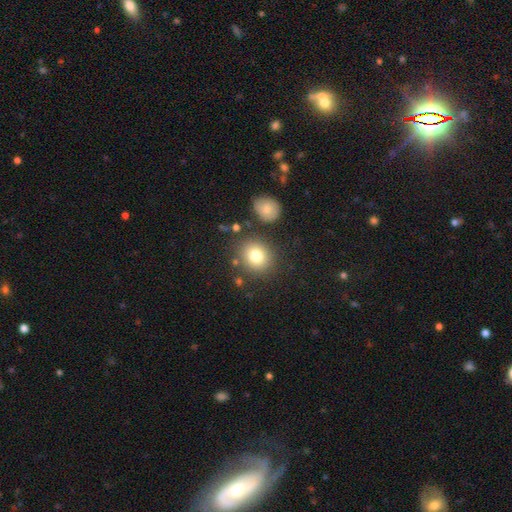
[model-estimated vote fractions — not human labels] A smooth galaxy with no disk features (79%) that is round (75%). Merging: none (80%).